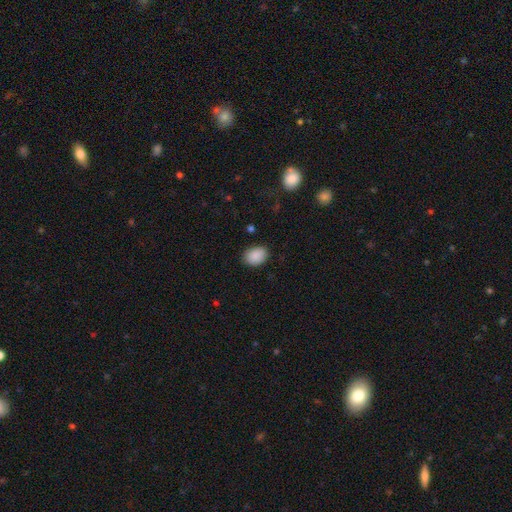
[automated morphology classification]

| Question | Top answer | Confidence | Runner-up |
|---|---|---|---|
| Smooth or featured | smooth | 89% | star or artifact (7%) |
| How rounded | in between | 77% | round (22%) |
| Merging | none | 84% | minor disturbance (12%) |